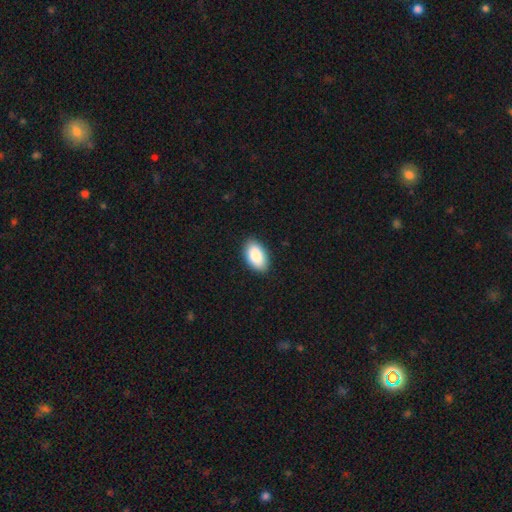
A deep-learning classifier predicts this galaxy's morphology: type=smooth (87%); roundness=in between (94%); merging=none (89%).